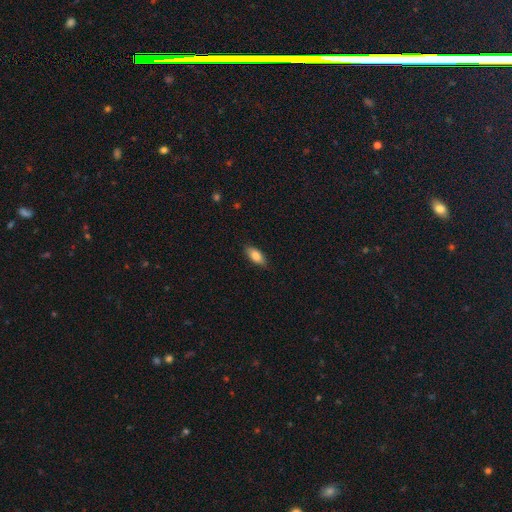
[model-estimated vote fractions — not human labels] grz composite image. It shows a smooth galaxy with no disk features (82%) that is in between round and cigar-shaped (84%). Merging: none (84%).